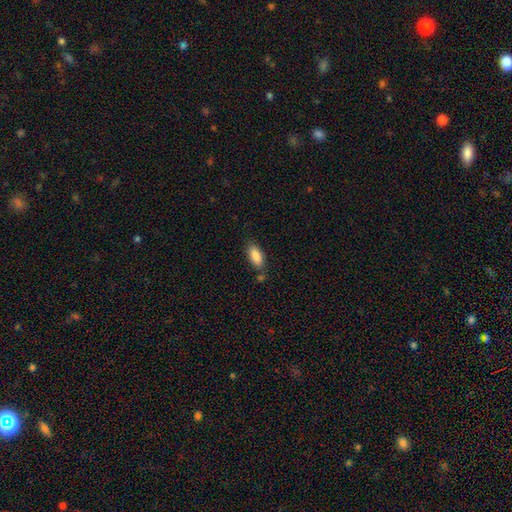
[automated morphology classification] A smooth galaxy with no disk features (87%) that is in between round and cigar-shaped (85%). Merging: none (74%).